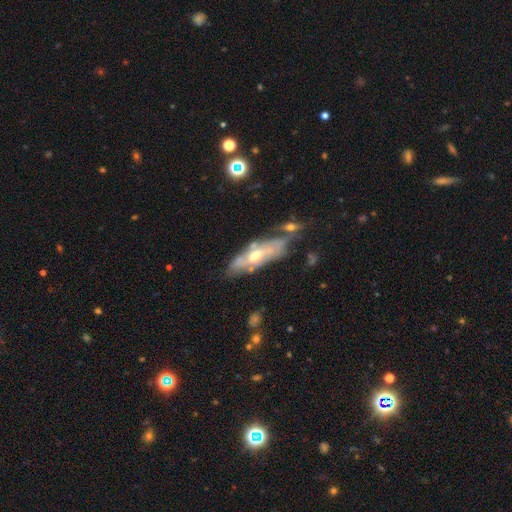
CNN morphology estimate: smooth-or-featured: featured or disk: 70% | smooth: 23% | star or artifact: 6%
  disk-edge-on: no: 74% | yes: 26%
    bar: no: 58% | weak: 31% | strong: 11%
    has-spiral-arms: yes: 60% | no: 40%
    bulge-size: moderate: 71% | small: 17% | large: 10% | none: 1% | dominant: 1%
  merging: none: 54% | minor disturbance: 23% | merger: 12% | major disturbance: 10%